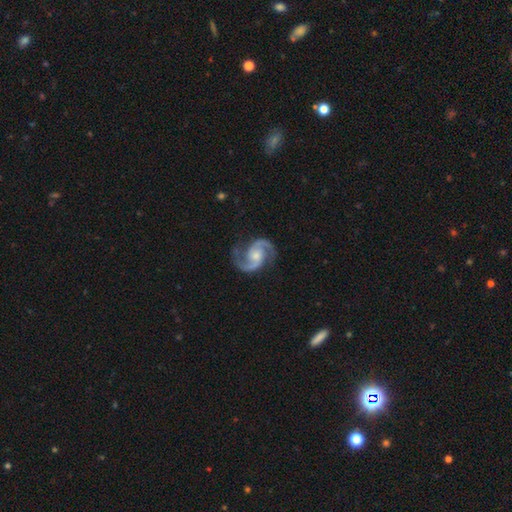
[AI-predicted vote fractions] smooth-or-featured: featured or disk: 94% | star or artifact: 3% | smooth: 3%
  disk-edge-on: no: 98% | yes: 2%
    bar: no: 60% | weak: 33% | strong: 7%
    has-spiral-arms: yes: 99% | no: 1%
      spiral-winding: medium: 64% | loose: 20% | tight: 16%
      spiral-arm-count: 2: 95% | 3: 1% | can't tell: 1% | 1: 1% | 4: 1% | more than 4: 1%
    bulge-size: moderate: 50% | small: 36% | none: 7% | large: 6% | dominant: 1%
  merging: none: 81% | minor disturbance: 13% | major disturbance: 5% | merger: 1%